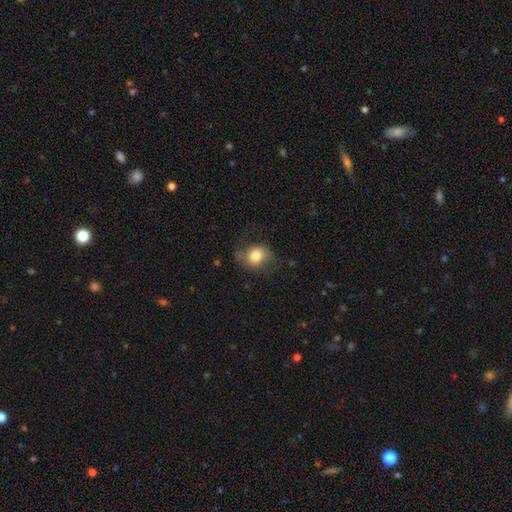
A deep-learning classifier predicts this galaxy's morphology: smooth_or_featured: smooth (p=0.75) [alt: featured or disk p=0.17]
how_rounded: round (p=0.56) [alt: in between p=0.42]
merging: none (p=0.60) [alt: minor disturbance p=0.25]